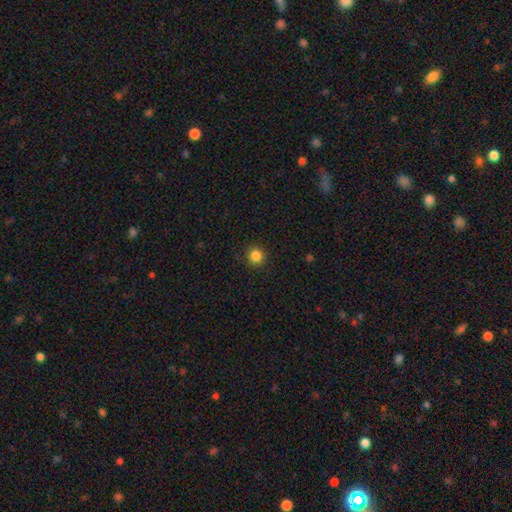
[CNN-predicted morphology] A smooth galaxy with no disk features (84%) that is round (94%).

Vote fractions:
- Smooth or featured? smooth: 84% / star or artifact: 12% / featured or disk: 4%
- How rounded? round: 94% / in between: 5% / cigar-shaped: 1%
- Merging? none: 89% / minor disturbance: 8% / major disturbance: 2% / merger: 1%